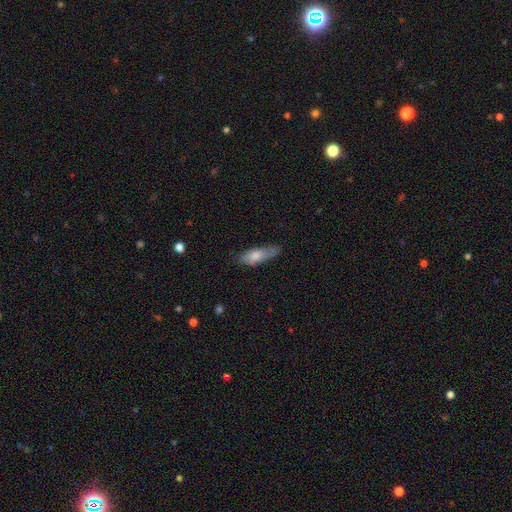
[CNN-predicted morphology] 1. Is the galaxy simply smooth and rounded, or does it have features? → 74% smooth, 20% featured or disk, 6% star or artifact.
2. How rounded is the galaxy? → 57% in between, 41% cigar-shaped, 2% round.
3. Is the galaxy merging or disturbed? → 67% none, 25% minor disturbance, 6% major disturbance, 2% merger.